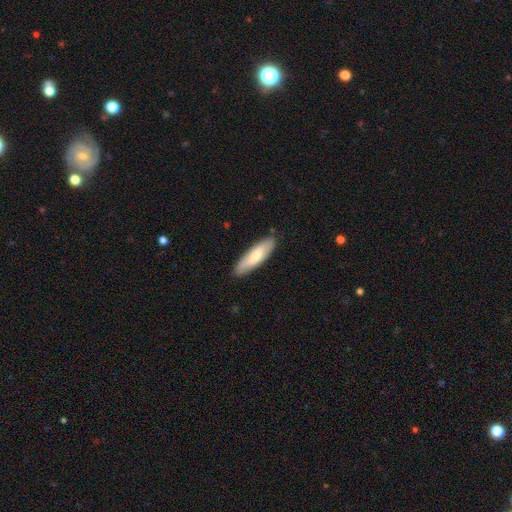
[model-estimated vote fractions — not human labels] The model was most divided on "how rounded": cigar-shaped: 53%, in between: 45%, round: 2%. More confident: merging — none (86%); smooth or featured — smooth (67%).